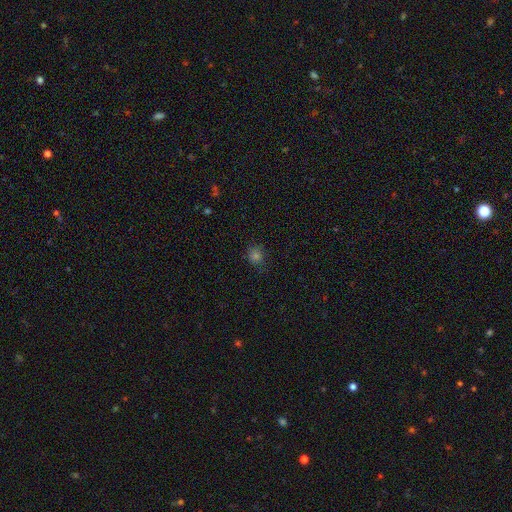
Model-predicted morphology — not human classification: type=smooth (72%); roundness=round (81%); merging=none (84%).